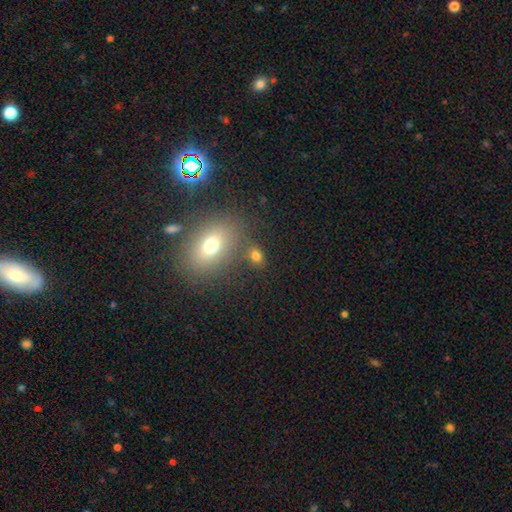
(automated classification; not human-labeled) A smooth galaxy with no disk features (73%) that is in between round and cigar-shaped (64%).

Vote fractions:
- Smooth or featured? smooth: 73% / star or artifact: 18% / featured or disk: 10%
- How rounded? in between: 64% / round: 34% / cigar-shaped: 2%
- Merging? none: 70% / merger: 14% / minor disturbance: 11% / major disturbance: 5%